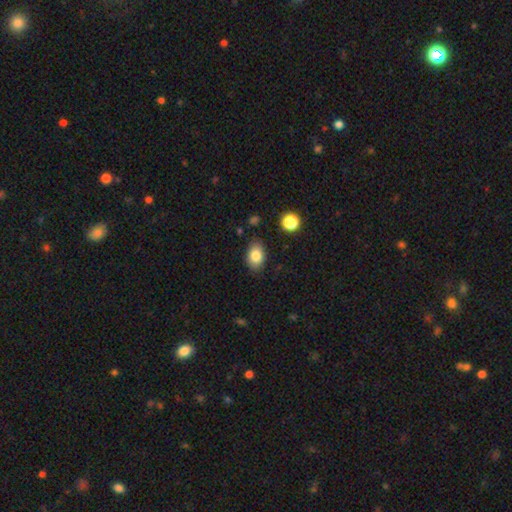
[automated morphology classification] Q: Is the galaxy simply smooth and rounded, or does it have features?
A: smooth — 82%.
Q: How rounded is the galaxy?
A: in between — 82%.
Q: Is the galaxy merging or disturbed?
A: none — 83%.